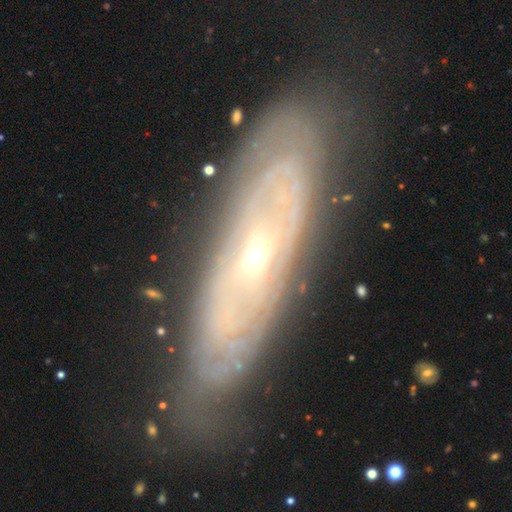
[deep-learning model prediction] Q: Smooth or featured?
A: featured or disk (80%); runner-up: smooth (13%)
Q: Edge-on disk?
A: no (77%); runner-up: yes (23%)
Q: Bar?
A: no (76%); runner-up: weak (17%)
Q: Spiral arms?
A: yes (81%); runner-up: no (19%)
Q: Bulge size?
A: small (68%); runner-up: moderate (28%)
Q: Merging?
A: none (80%); runner-up: minor disturbance (14%)